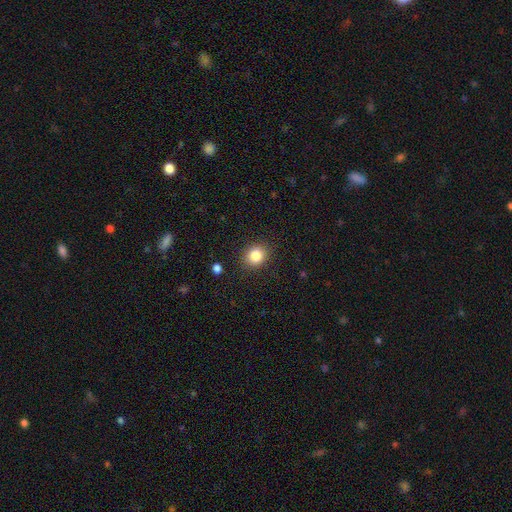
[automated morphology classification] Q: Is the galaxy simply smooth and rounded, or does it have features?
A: smooth — 84%.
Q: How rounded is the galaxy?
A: round — 71%.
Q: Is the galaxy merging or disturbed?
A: none — 88%.